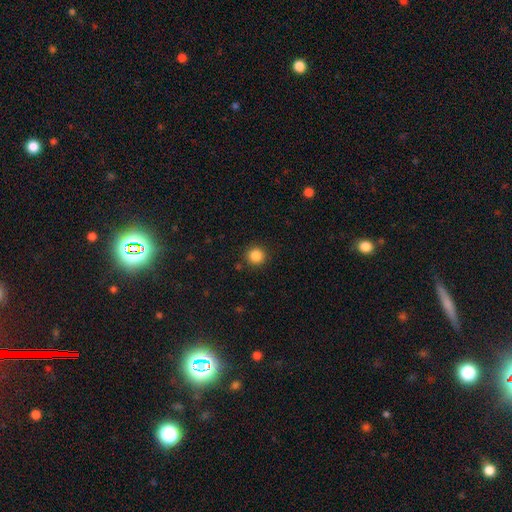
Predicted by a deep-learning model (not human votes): Smooth or featured?
  - smooth: 86% *
  - star or artifact: 11%
  - featured or disk: 3%
How rounded?
  - round: 94% *
  - in between: 5%
  - cigar-shaped: 1%
Merging?
  - none: 90% *
  - minor disturbance: 6%
  - major disturbance: 2%
  - merger: 1%